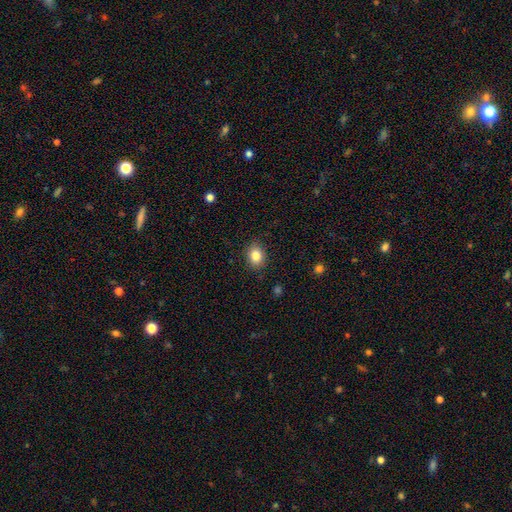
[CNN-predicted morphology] The model was most divided on "how rounded": in between: 54%, round: 45%, cigar-shaped: 1%. More confident: merging — none (87%); smooth or featured — smooth (85%).